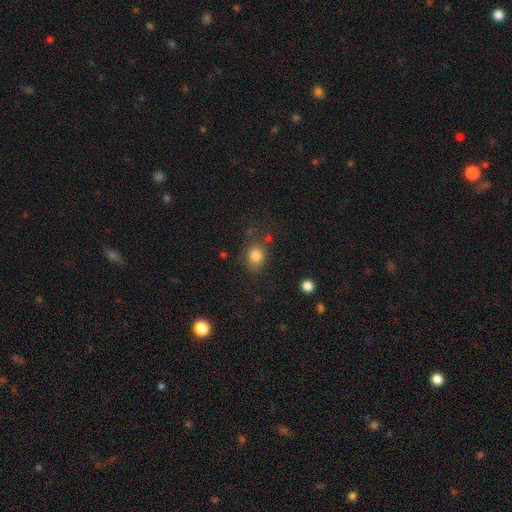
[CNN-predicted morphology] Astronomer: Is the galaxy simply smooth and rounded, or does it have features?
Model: smooth — 82%.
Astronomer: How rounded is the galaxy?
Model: round — 53% (runner-up: in between, 46%).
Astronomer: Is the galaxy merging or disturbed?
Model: none — 72%.